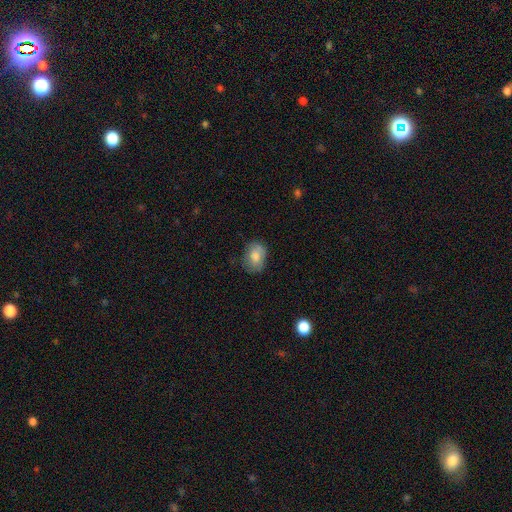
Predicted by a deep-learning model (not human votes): Q: Smooth or featured?
A: smooth (78%); runner-up: featured or disk (14%)
Q: How rounded?
A: in between (72%); runner-up: round (27%)
Q: Merging?
A: none (71%); runner-up: minor disturbance (22%)